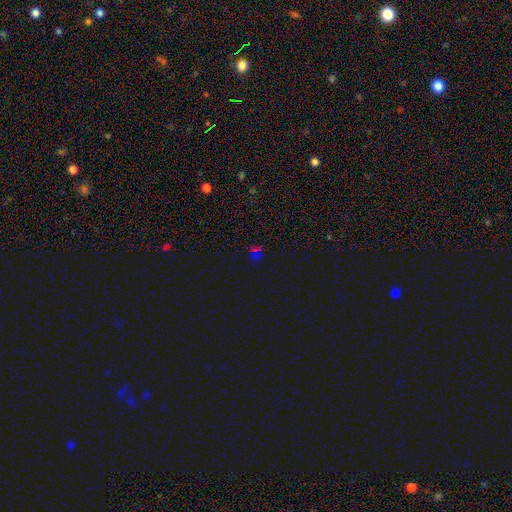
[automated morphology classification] The model was most divided on "smooth or featured": star or artifact: 56%, smooth: 34%, featured or disk: 10%.